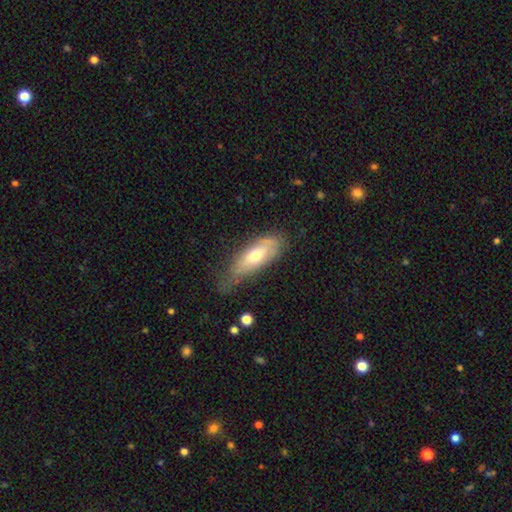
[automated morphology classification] Smooth or featured? smooth (54%)
How rounded? in between (65%)
Merging? none (46%)